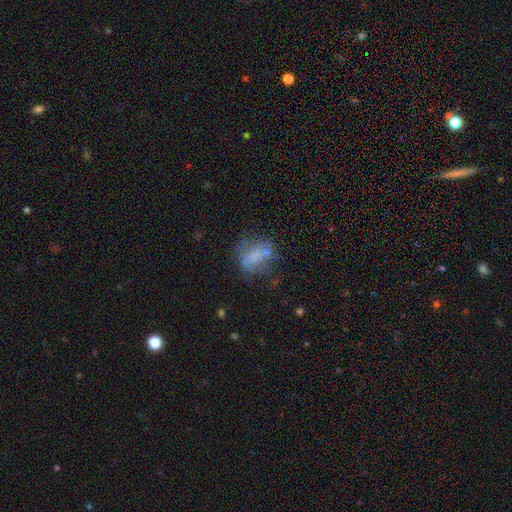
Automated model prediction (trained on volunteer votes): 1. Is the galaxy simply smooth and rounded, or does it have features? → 49% smooth, 39% featured or disk, 12% star or artifact.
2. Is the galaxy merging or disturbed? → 41% none, 26% minor disturbance, 23% major disturbance, 11% merger.